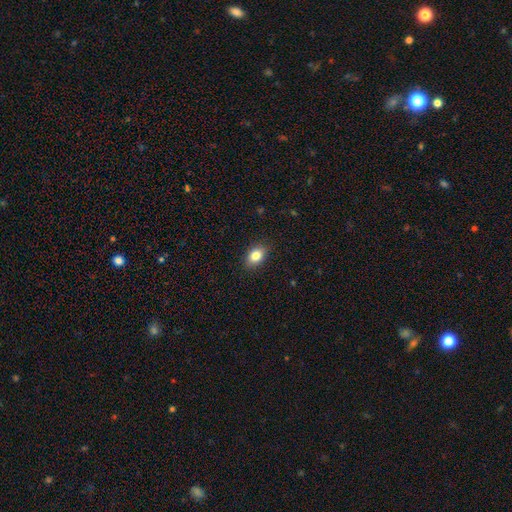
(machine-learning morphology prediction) A smooth galaxy with no disk features (84%) that is in between round and cigar-shaped (82%).

Vote fractions:
- Smooth or featured? smooth: 84% / star or artifact: 9% / featured or disk: 8%
- How rounded? in between: 82% / round: 17% / cigar-shaped: 1%
- Merging? none: 88% / minor disturbance: 9% / major disturbance: 2% / merger: 1%